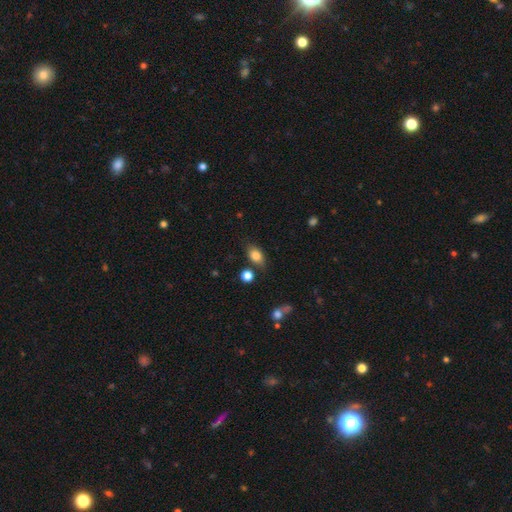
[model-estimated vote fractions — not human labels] Overall: smooth (81%). How rounded: in between (79%). Merging: none (75%).